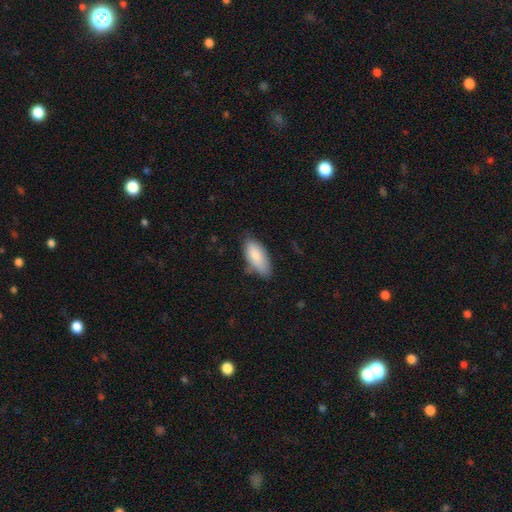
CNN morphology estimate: smooth-or-featured: smooth: 84% | featured or disk: 10% | star or artifact: 6%
  how-rounded: in between: 85% | cigar-shaped: 13% | round: 2%
  merging: none: 66% | minor disturbance: 27% | major disturbance: 5% | merger: 2%